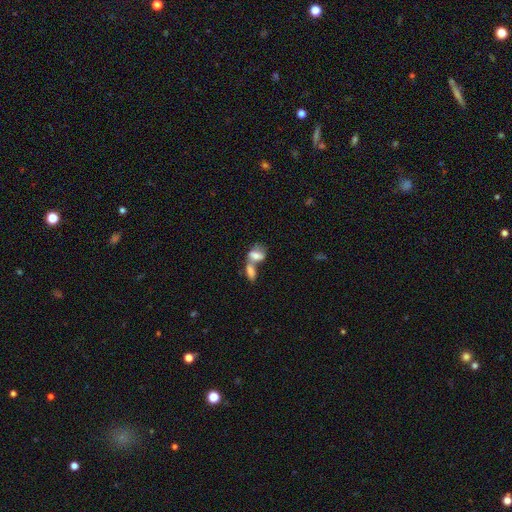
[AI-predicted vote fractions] A smooth galaxy with no disk features (64%) that is in between round and cigar-shaped (79%).

Vote fractions:
- Smooth or featured? smooth: 64% / featured or disk: 26% / star or artifact: 9%
- How rounded? in between: 79% / round: 15% / cigar-shaped: 6%
- Merging? merger: 66% / none: 20% / minor disturbance: 8% / major disturbance: 6%